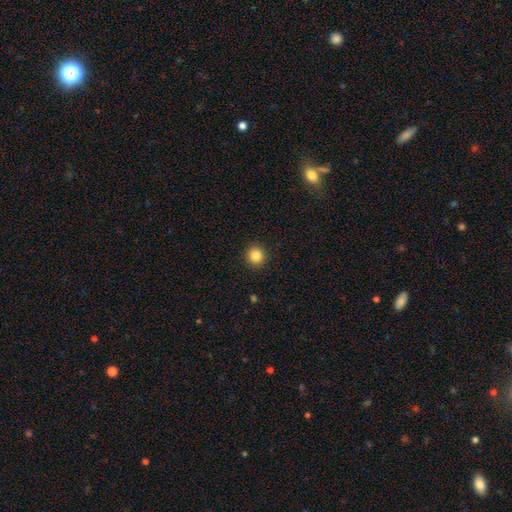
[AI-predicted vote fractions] Smooth or featured? smooth (84%)
How rounded? round (93%)
Merging? none (92%)